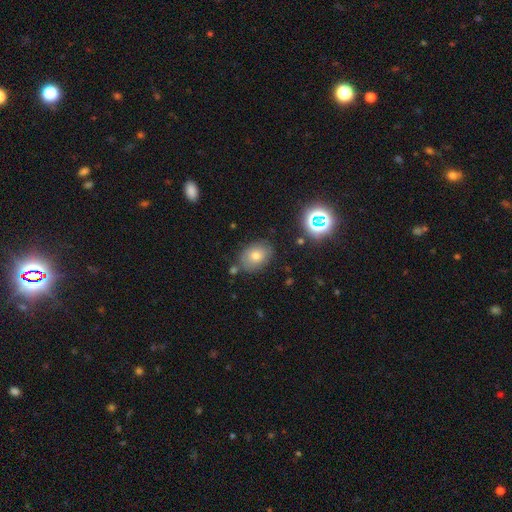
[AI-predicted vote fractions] This appears to be a smooth galaxy with no disk features (71%) that is in between round and cigar-shaped (69%). Merging: none (78%).